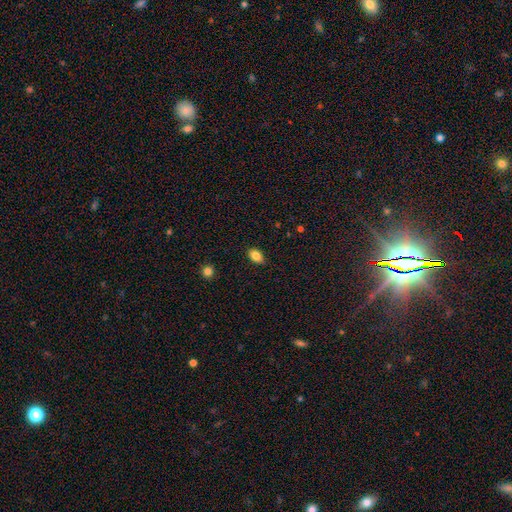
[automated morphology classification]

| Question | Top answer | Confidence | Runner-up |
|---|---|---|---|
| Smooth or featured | smooth | 84% | star or artifact (9%) |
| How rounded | in between | 83% | round (15%) |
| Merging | none | 85% | minor disturbance (12%) |